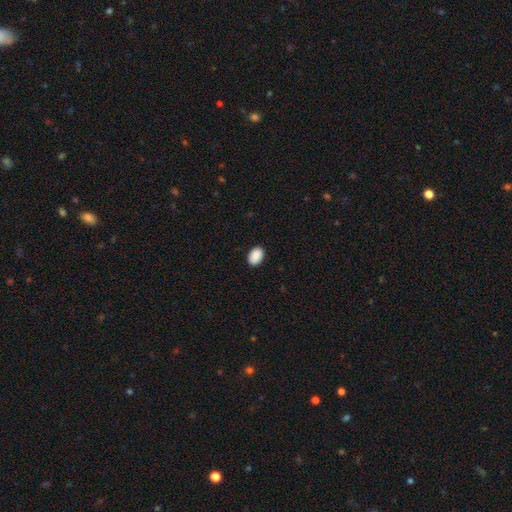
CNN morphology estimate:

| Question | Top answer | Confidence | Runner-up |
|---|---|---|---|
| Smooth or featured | smooth | 89% | star or artifact (7%) |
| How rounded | in between | 83% | round (16%) |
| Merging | none | 88% | minor disturbance (9%) |